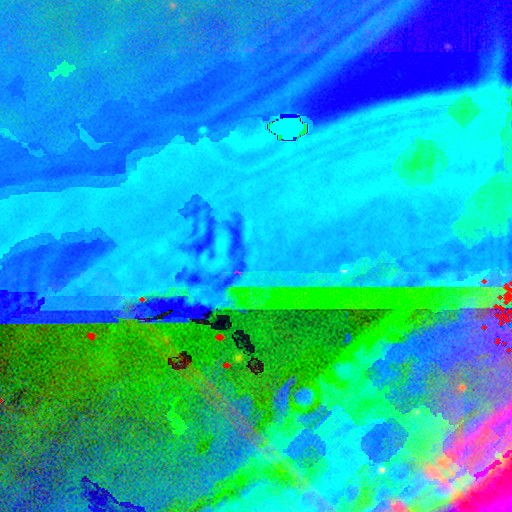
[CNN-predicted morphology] A star or artifact, not a galaxy (88%).

Vote fractions:
- Smooth or featured? star or artifact: 88% / featured or disk: 7% / smooth: 5%